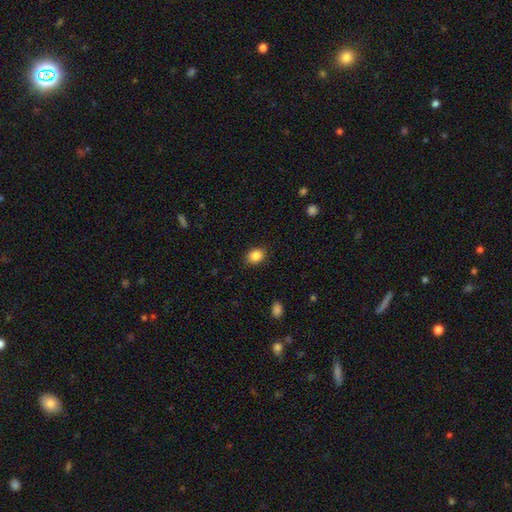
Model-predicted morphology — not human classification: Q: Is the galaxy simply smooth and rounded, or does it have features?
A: smooth — 87%.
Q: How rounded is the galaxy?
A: in between — 60%.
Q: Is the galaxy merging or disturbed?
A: none — 87%.